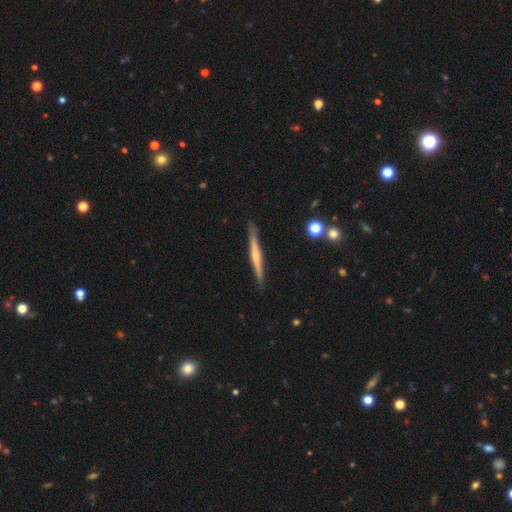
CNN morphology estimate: Overall: featured or disk (64%; smooth 31%). Edge-on disk: yes (97%). Edge-on bulge: rounded (61%; none 33%). Merging: none (89%).